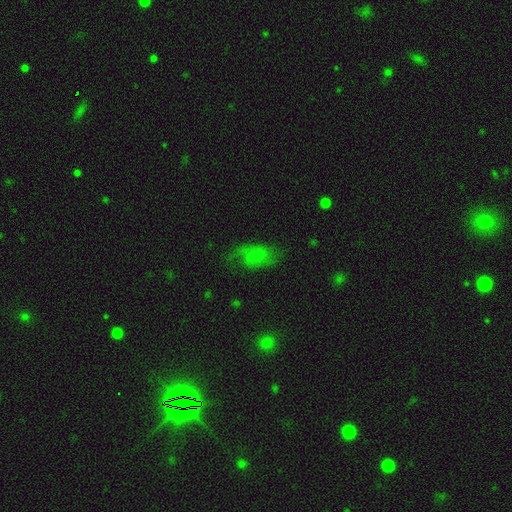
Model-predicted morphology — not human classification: smooth-or-featured: smooth: 49% | featured or disk: 36% | star or artifact: 14%
  merging: none: 60% | minor disturbance: 24% | major disturbance: 14% | merger: 2%